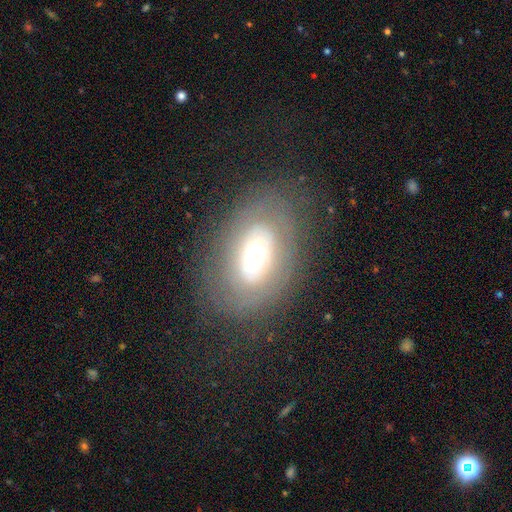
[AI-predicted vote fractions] Q: Smooth or featured?
A: featured or disk (51%); runner-up: smooth (39%)
Q: Edge-on disk?
A: no (92%); runner-up: yes (8%)
Q: Merging?
A: none (75%); runner-up: minor disturbance (14%)